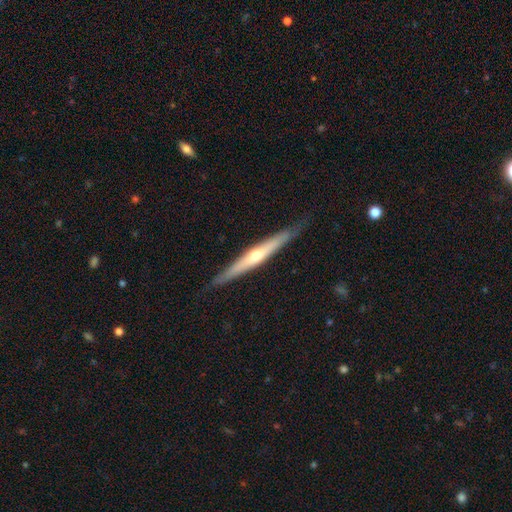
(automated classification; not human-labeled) Q: Smooth or featured?
A: featured or disk (64%); runner-up: smooth (31%)
Q: Edge-on disk?
A: yes (95%); runner-up: no (5%)
Q: Edge-on bulge?
A: rounded (77%); runner-up: none (19%)
Q: Merging?
A: none (86%); runner-up: minor disturbance (11%)